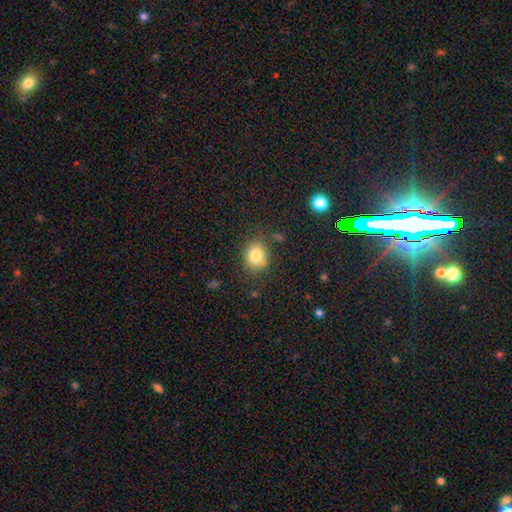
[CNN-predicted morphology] A smooth galaxy with no disk features (80%) that is round (65%). Merging: none (75%).